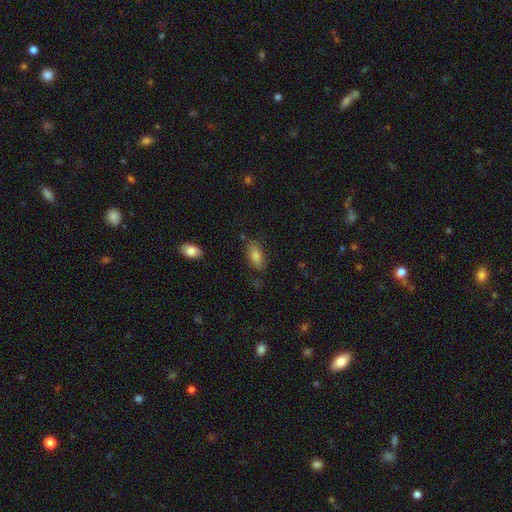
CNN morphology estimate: Q: Smooth or featured?
A: smooth (79%); runner-up: featured or disk (12%)
Q: How rounded?
A: in between (87%); runner-up: cigar-shaped (10%)
Q: Merging?
A: none (77%); runner-up: minor disturbance (16%)